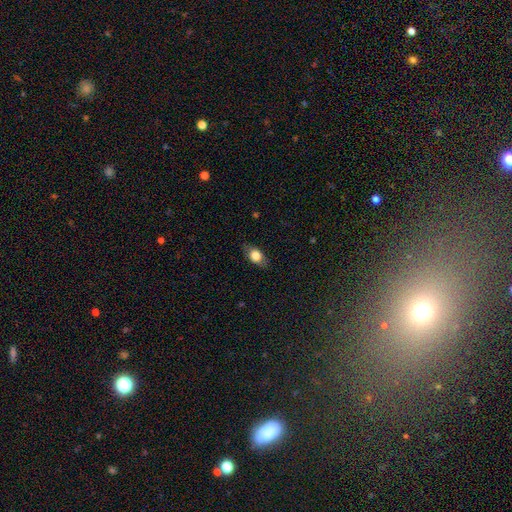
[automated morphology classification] This appears to be a smooth galaxy with no disk features (75%) that is in between round and cigar-shaped (81%). Merging: none (81%).